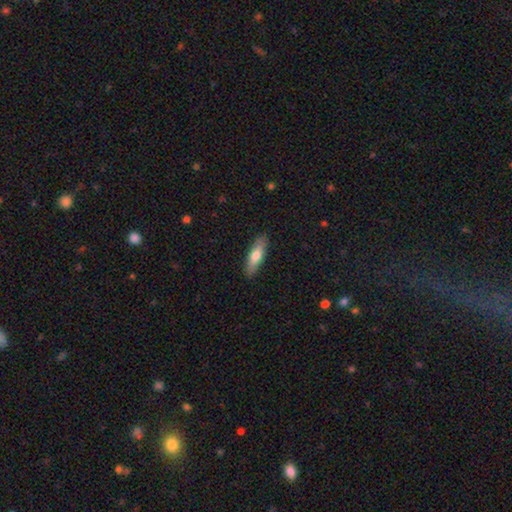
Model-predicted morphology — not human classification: Smooth or featured: smooth — 70% (featured or disk — 24%)
How rounded: cigar-shaped — 57% (in between — 41%)
Merging: none — 88% (minor disturbance — 9%)